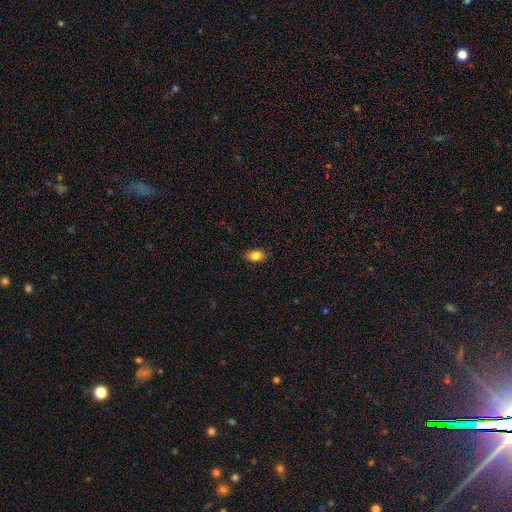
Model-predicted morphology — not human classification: type=smooth (86%); roundness=in between (85%); merging=none (88%).